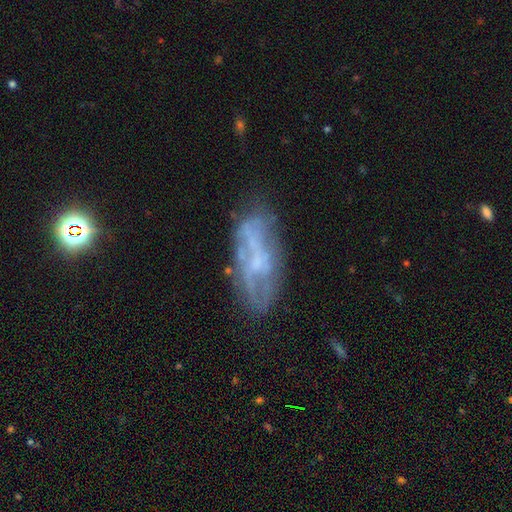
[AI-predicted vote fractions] smooth-or-featured: featured or disk: 64% | smooth: 26% | star or artifact: 10%
  disk-edge-on: no: 87% | yes: 13%
    bar: no: 63% | weak: 29% | strong: 8%
    has-spiral-arms: no: 51% | yes: 49%
    bulge-size: small: 44% | none: 38% | moderate: 15% | large: 2% | dominant: 1%
  merging: none: 62% | minor disturbance: 22% | major disturbance: 12% | merger: 4%